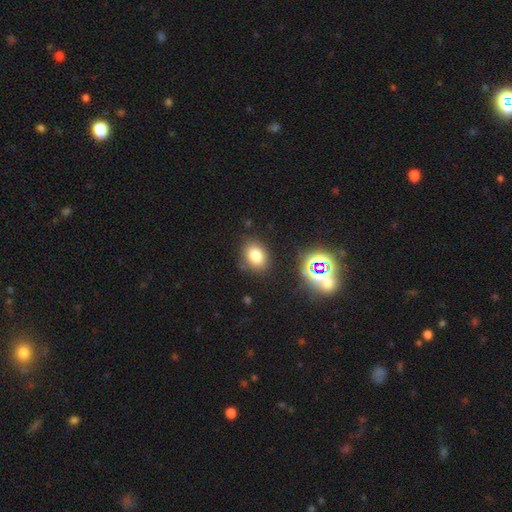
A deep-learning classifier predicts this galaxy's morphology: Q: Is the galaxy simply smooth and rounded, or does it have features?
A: smooth — 76%.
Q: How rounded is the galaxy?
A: in between — 64%.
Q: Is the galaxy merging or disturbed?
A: none — 83%.